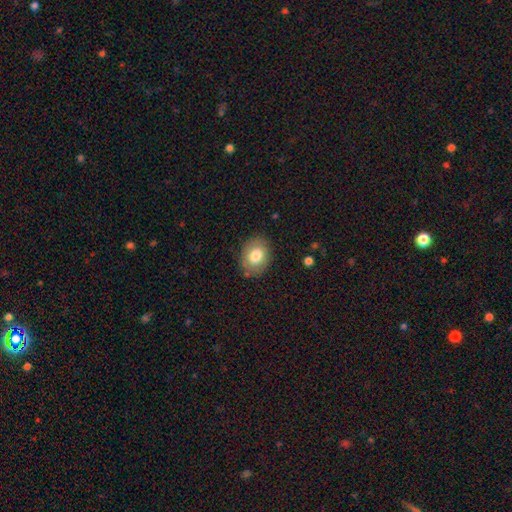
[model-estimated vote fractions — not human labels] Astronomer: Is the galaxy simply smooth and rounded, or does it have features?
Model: smooth — 77%.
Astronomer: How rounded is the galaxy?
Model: in between — 64%.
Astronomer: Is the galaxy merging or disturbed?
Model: none — 84%.